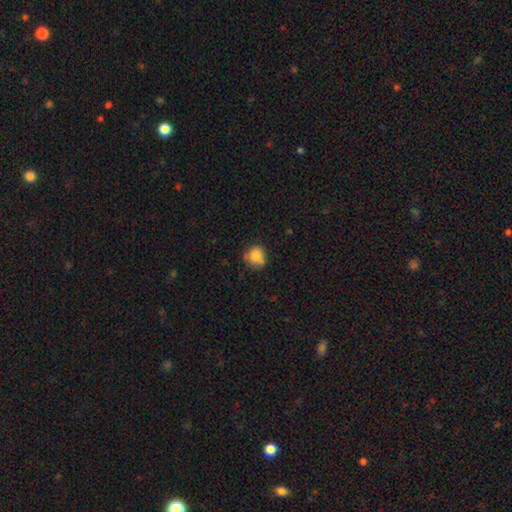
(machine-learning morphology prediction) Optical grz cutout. It shows a smooth galaxy with no disk features (78%) that is round (74%). Merging: none (59%).